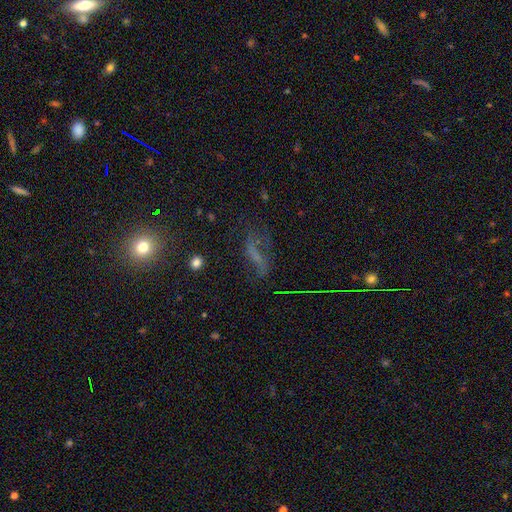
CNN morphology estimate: Smooth or featured: featured or disk — 41% (smooth — 34%)
Merging: none — 47% (major disturbance — 28%)